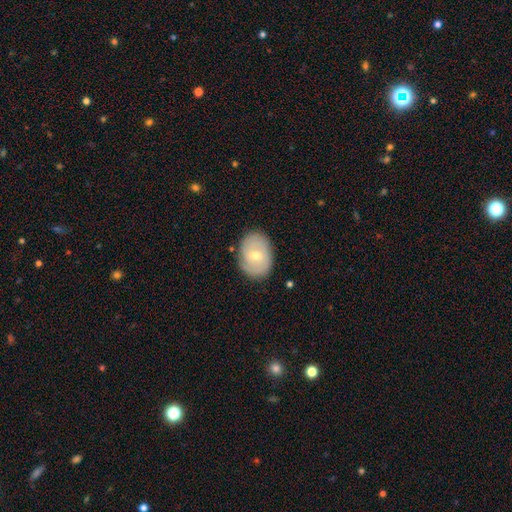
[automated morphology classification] The model was most divided on "smooth or featured": featured or disk: 50%, smooth: 43%, star or artifact: 7%. More confident: merging — none (81%).